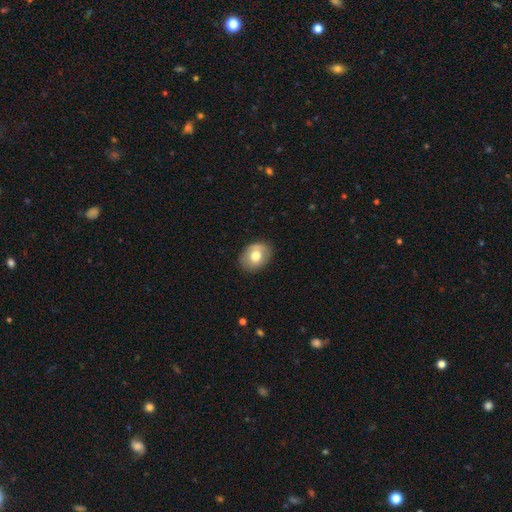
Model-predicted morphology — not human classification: Q: Smooth or featured?
A: smooth (69%); runner-up: featured or disk (23%)
Q: How rounded?
A: in between (54%); runner-up: round (45%)
Q: Merging?
A: none (79%); runner-up: minor disturbance (16%)